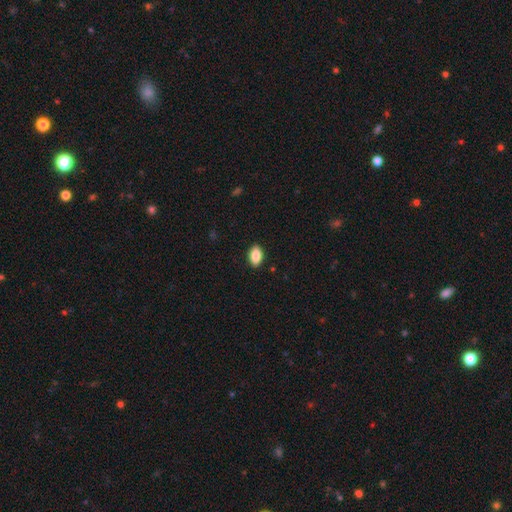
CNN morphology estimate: smooth_or_featured: smooth (p=0.84) [alt: featured or disk p=0.08]
how_rounded: in between (p=0.90) [alt: round p=0.06]
merging: none (p=0.89) [alt: minor disturbance p=0.09]